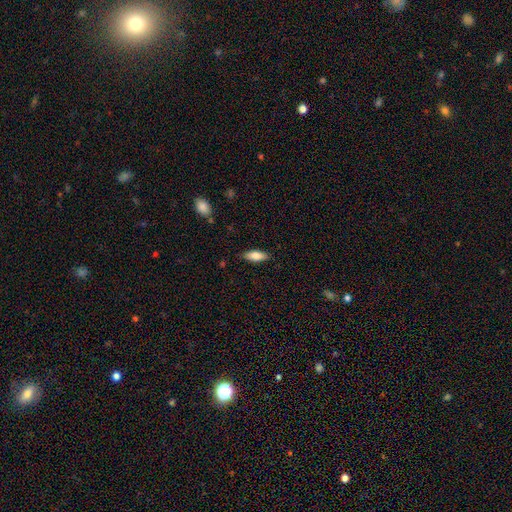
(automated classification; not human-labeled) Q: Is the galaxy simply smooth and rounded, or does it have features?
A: smooth — 79%.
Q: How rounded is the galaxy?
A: in between — 71%.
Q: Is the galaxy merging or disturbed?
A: none — 86%.